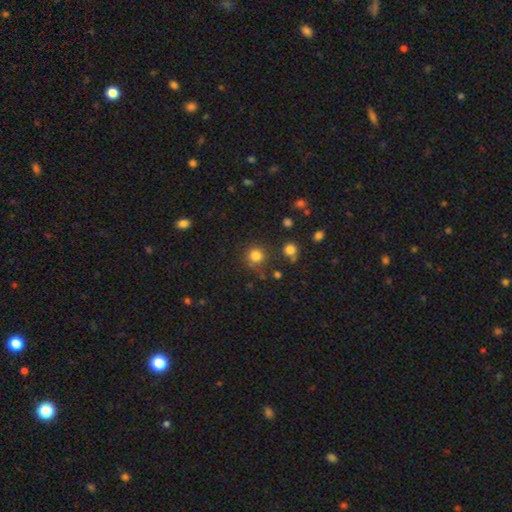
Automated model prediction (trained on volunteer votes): Q: Smooth or featured?
A: smooth (81%); runner-up: star or artifact (14%)
Q: How rounded?
A: round (93%); runner-up: in between (6%)
Q: Merging?
A: none (79%); runner-up: minor disturbance (10%)